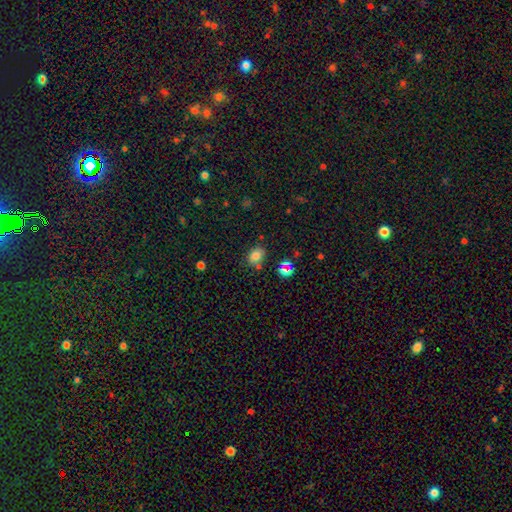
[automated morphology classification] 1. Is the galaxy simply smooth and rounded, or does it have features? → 78% smooth, 15% star or artifact, 7% featured or disk.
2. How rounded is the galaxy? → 58% in between, 41% round, 1% cigar-shaped.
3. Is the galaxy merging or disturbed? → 75% none, 15% minor disturbance, 7% merger, 4% major disturbance.